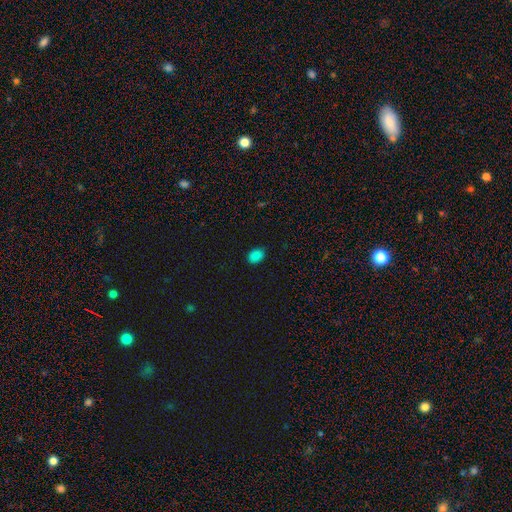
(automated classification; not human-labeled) Q: Smooth or featured?
A: smooth (85%); runner-up: star or artifact (12%)
Q: How rounded?
A: in between (76%); runner-up: round (22%)
Q: Merging?
A: none (87%); runner-up: minor disturbance (10%)